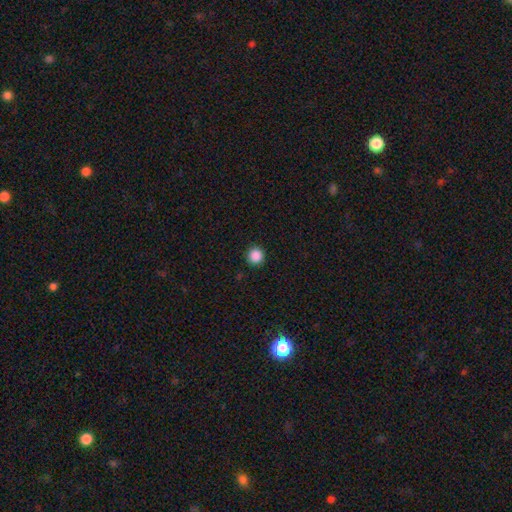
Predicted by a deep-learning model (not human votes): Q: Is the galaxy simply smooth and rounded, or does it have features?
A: smooth — 87%.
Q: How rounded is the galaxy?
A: round — 94%.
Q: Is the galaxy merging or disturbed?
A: none — 92%.